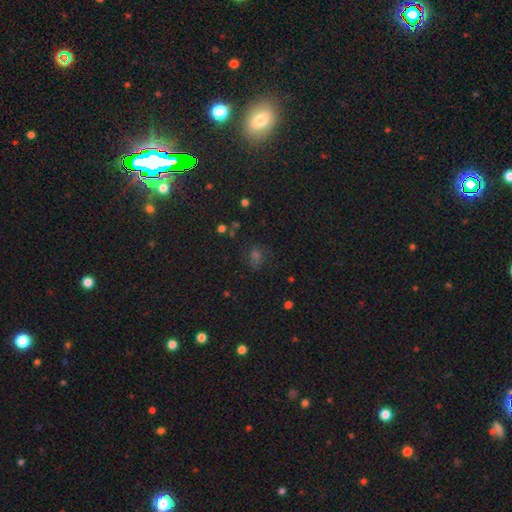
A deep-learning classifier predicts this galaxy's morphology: A star or artifact, not a galaxy (45%).

Vote fractions:
- Smooth or featured? star or artifact: 45% / smooth: 42% / featured or disk: 13%